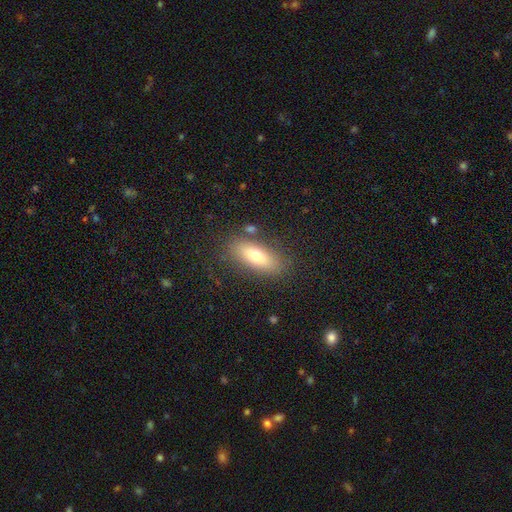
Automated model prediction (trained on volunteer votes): smooth-or-featured: smooth: 67% | featured or disk: 24% | star or artifact: 8%
  how-rounded: in between: 72% | cigar-shaped: 24% | round: 4%
  merging: none: 81% | minor disturbance: 11% | major disturbance: 4% | merger: 4%